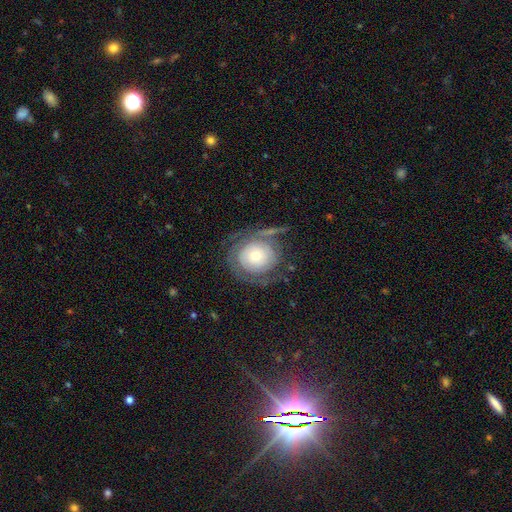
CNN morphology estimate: This is likely a featured or disk galaxy (62%). It is clearly not viewed edge-on (96%). Bar: clearly no (84%). Spiral arm pattern: likely yes (79%). Central bulge: marginally small (41%). Merging: likely none (61%).